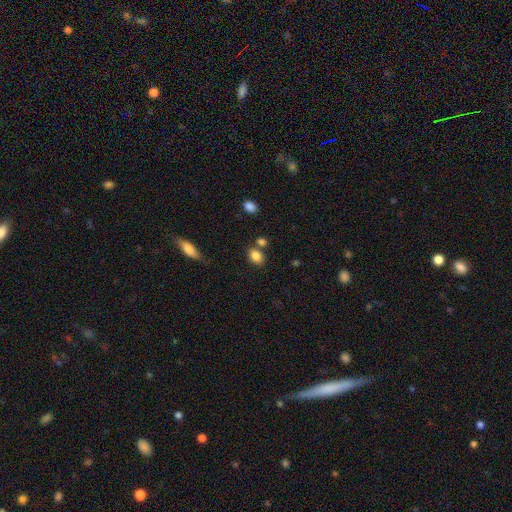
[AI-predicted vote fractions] This appears to be a smooth galaxy with no disk features (84%) that is in between round and cigar-shaped (63%). Merging: none (68%).